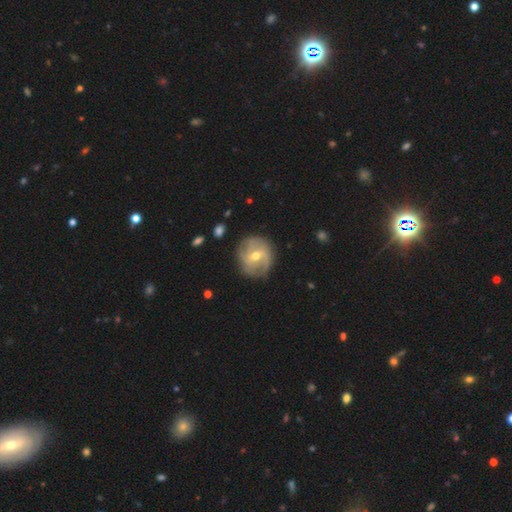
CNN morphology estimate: This is clearly a featured or disk galaxy (80%). It is clearly not viewed edge-on (97%). Bar: possibly weak (48%). Spiral arm pattern: clearly yes (92%). Spiral arm count: marginally 2 (31%). Spiral winding: marginally medium (41%). Central bulge: possibly moderate (59%). Merging: likely none (78%).